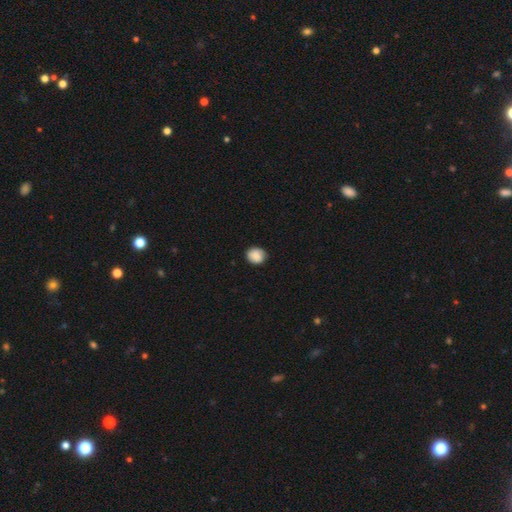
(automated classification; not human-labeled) smooth 87%, star or artifact 8%, featured or disk 5%. Down the decision tree: how rounded — round (70%); merging — none (85%).